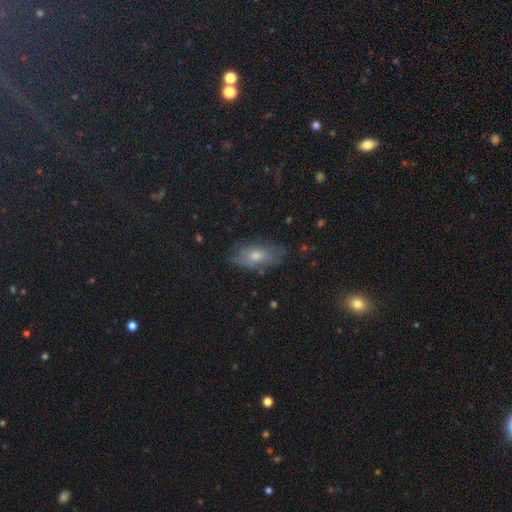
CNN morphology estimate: Smooth or featured: smooth — 50% (featured or disk — 30%)
Merging: none — 74% (minor disturbance — 18%)